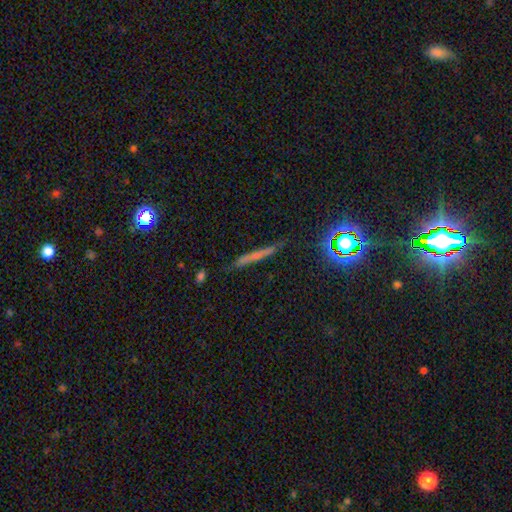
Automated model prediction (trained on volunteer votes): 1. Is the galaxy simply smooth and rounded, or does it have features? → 48% smooth, 34% featured or disk, 18% star or artifact.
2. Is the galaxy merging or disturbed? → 80% none, 15% minor disturbance, 3% major disturbance, 2% merger.